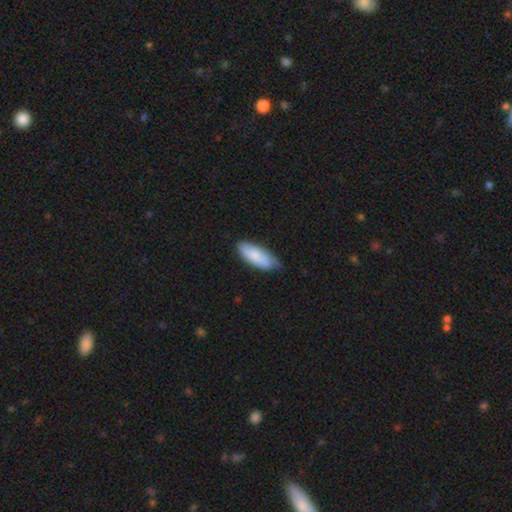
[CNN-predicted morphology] smooth 79%, featured or disk 16%, star or artifact 5%. Down the decision tree: how rounded — in between (74%); merging — none (66%).